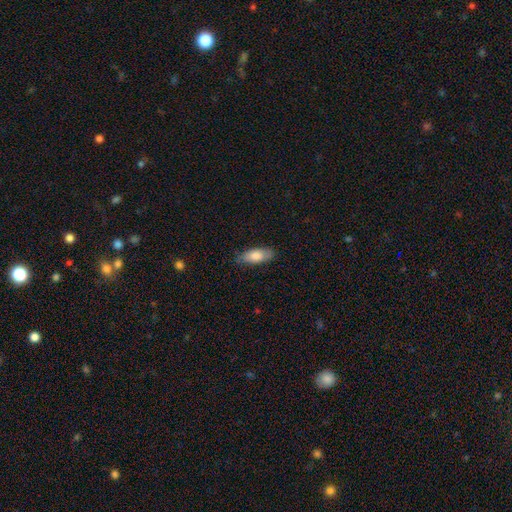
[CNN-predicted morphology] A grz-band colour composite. It shows a smooth galaxy with no disk features (79%) that is in between round and cigar-shaped (76%). Merging: none (82%).